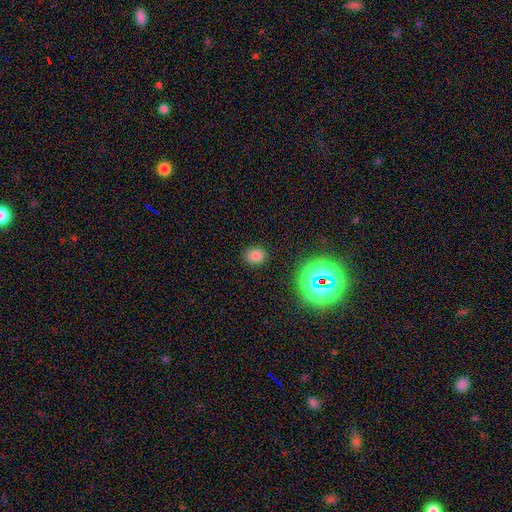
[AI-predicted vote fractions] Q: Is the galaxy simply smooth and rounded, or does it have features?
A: smooth — 75%.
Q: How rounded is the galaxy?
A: round — 55%.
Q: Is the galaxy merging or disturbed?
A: none — 87%.